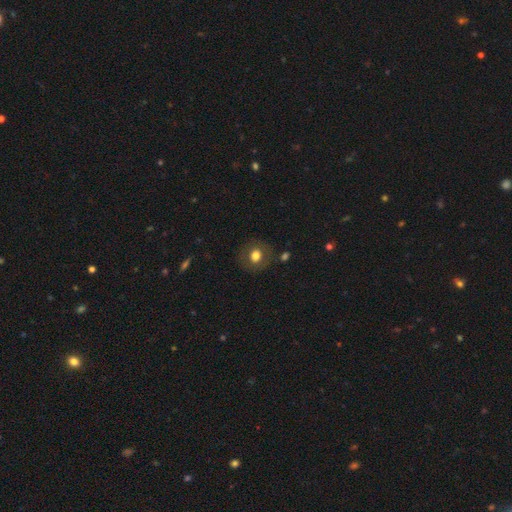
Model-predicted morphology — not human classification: A smooth galaxy with no disk features (70%) that is round (77%).

Vote fractions:
- Smooth or featured? smooth: 70% / featured or disk: 20% / star or artifact: 10%
- How rounded? round: 77% / in between: 22% / cigar-shaped: 1%
- Merging? none: 84% / minor disturbance: 10% / major disturbance: 4% / merger: 2%